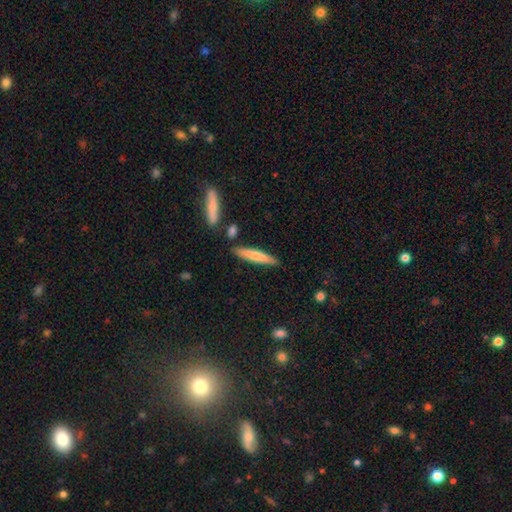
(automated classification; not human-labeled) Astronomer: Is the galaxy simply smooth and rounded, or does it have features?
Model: smooth — 68%.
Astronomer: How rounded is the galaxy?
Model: cigar-shaped — 89%.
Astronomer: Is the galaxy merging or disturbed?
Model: none — 83%.